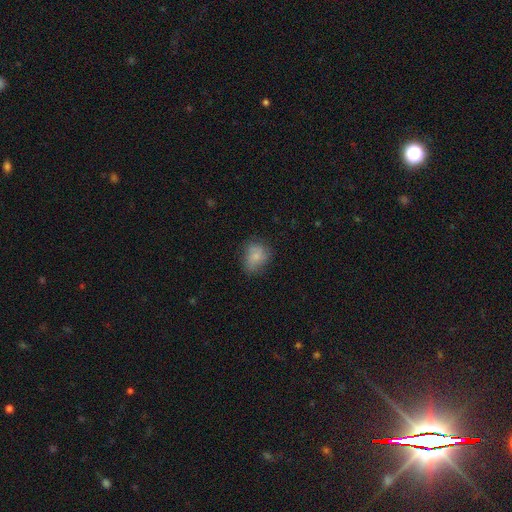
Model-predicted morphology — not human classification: Smooth or featured? Predicted: smooth (p=0.78). How rounded? Predicted: in between (p=0.51). Merging? Predicted: none (p=0.59).